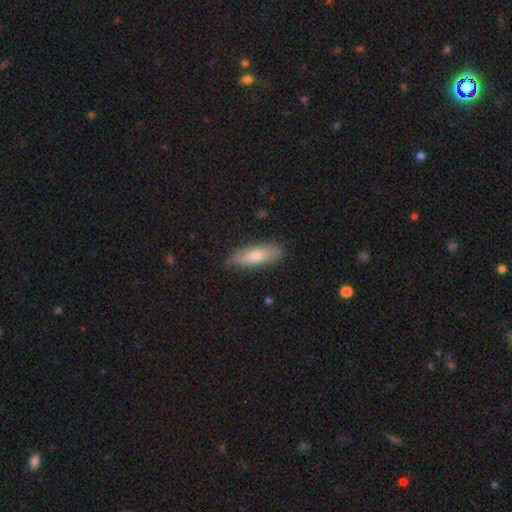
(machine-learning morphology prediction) Smooth or featured?
  - smooth: 70% *
  - featured or disk: 24%
  - star or artifact: 6%
How rounded?
  - in between: 58% *
  - cigar-shaped: 40%
  - round: 2%
Merging?
  - none: 81% *
  - minor disturbance: 15%
  - major disturbance: 3%
  - merger: 1%